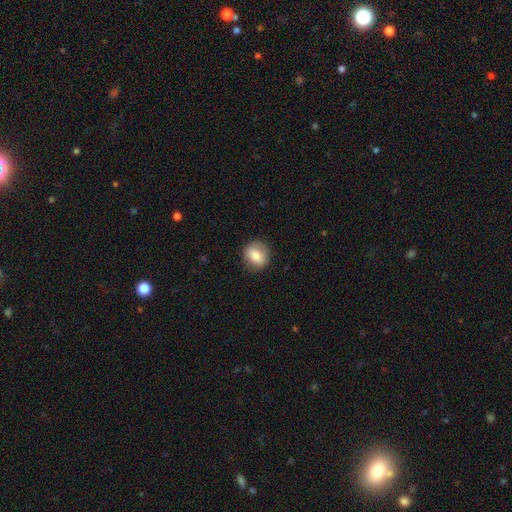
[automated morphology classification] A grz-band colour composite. It shows a smooth galaxy with no disk features (76%) that is round (74%). Merging: none (85%).